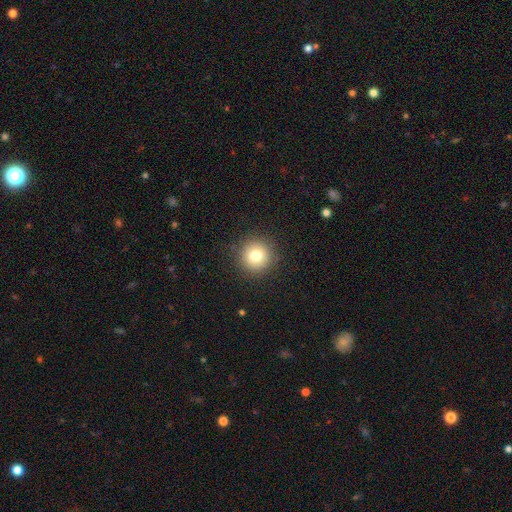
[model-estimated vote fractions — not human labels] Smooth or featured? Predicted: smooth (p=0.78). How rounded? Predicted: round (p=0.95). Merging? Predicted: none (p=0.91).